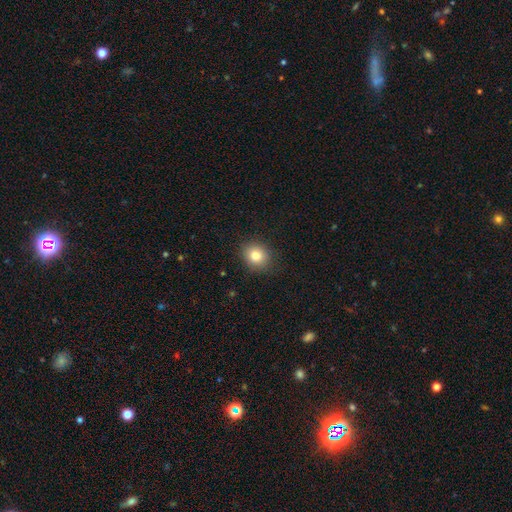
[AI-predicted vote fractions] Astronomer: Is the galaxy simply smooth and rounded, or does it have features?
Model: smooth — 80%.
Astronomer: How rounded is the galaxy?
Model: round — 75%.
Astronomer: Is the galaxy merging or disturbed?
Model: none — 88%.